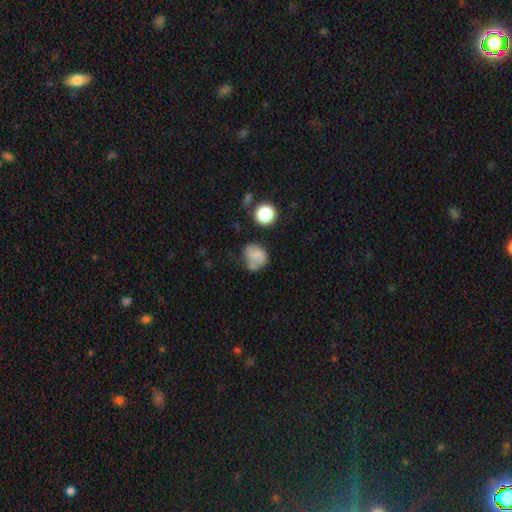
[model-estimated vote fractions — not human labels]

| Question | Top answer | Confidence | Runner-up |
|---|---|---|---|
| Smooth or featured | smooth | 67% | featured or disk (23%) |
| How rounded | round | 58% | in between (41%) |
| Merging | none | 42% | minor disturbance (25%) |